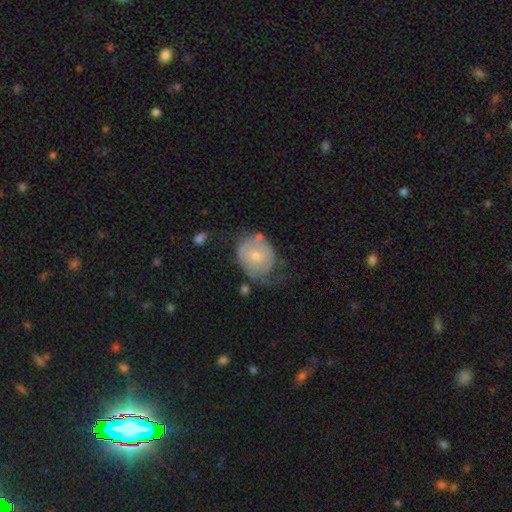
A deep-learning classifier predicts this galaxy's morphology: smooth-or-featured: featured or disk: 50% | smooth: 43% | star or artifact: 7%
  disk-edge-on: no: 97% | yes: 3%
  merging: none: 41% | minor disturbance: 30% | major disturbance: 22% | merger: 6%